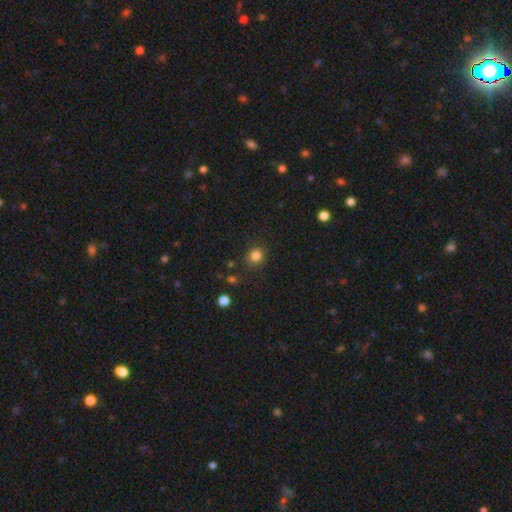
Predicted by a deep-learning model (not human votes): This appears to be a smooth galaxy with no disk features (83%) that is round (82%). Merging: none (82%).